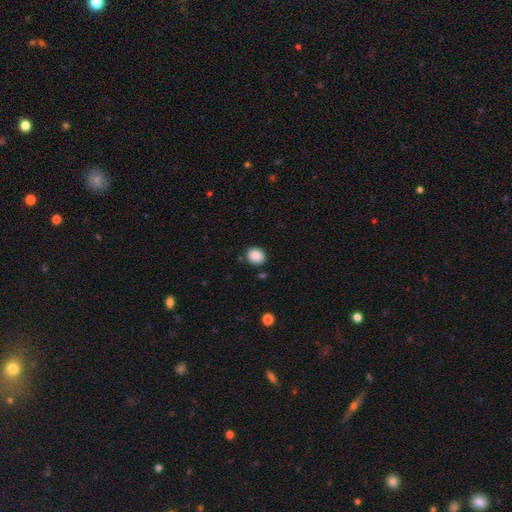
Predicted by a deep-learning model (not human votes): Smooth or featured: smooth — 89% (star or artifact — 9%)
How rounded: round — 70% (in between — 29%)
Merging: none — 85% (minor disturbance — 10%)